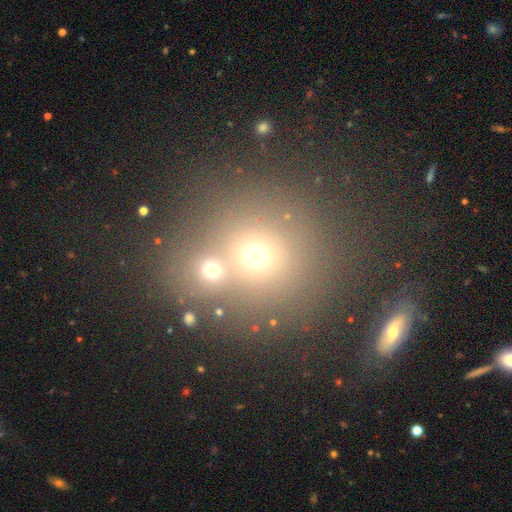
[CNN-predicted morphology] Smooth or featured? Predicted: smooth (p=0.62). How rounded? Predicted: round (p=0.87). Merging? Predicted: none (p=0.47).